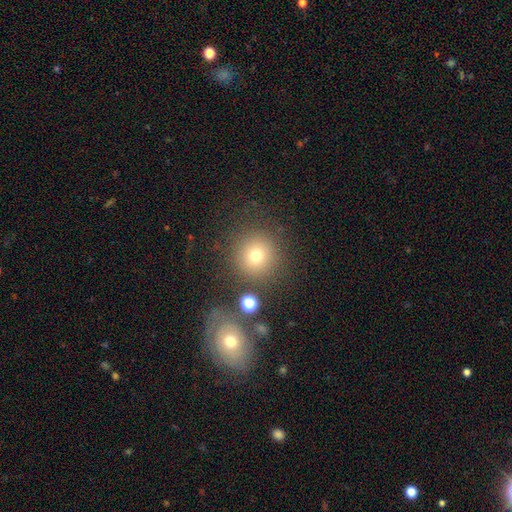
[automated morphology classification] This is likely a smooth galaxy (73%). How rounded: clearly round (94%). Merging: clearly none (83%).